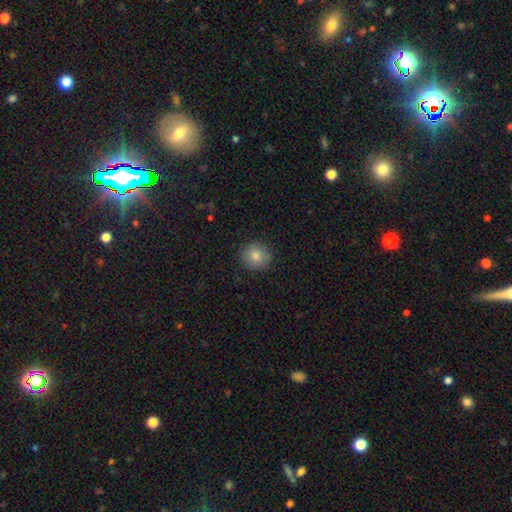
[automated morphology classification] A smooth galaxy with no disk features (82%) that is round (92%).

Vote fractions:
- Smooth or featured? smooth: 82% / star or artifact: 10% / featured or disk: 8%
- How rounded? round: 92% / in between: 7% / cigar-shaped: 1%
- Merging? none: 91% / minor disturbance: 6% / major disturbance: 2% / merger: 1%